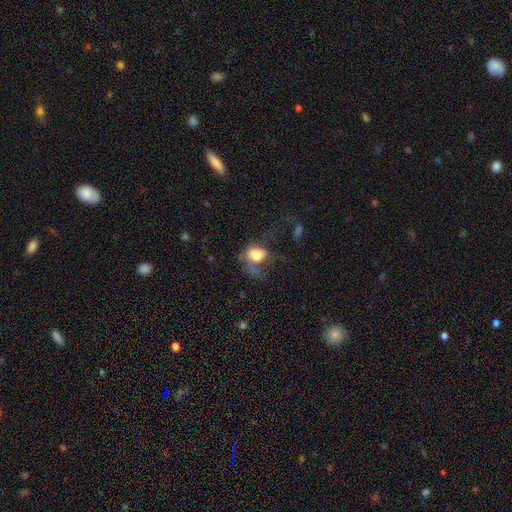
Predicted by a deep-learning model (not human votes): The model was most divided on "merging": major disturbance: 52%, none: 22%, minor disturbance: 20%, merger: 6%. More confident: how rounded — in between (70%); smooth or featured — smooth (69%).